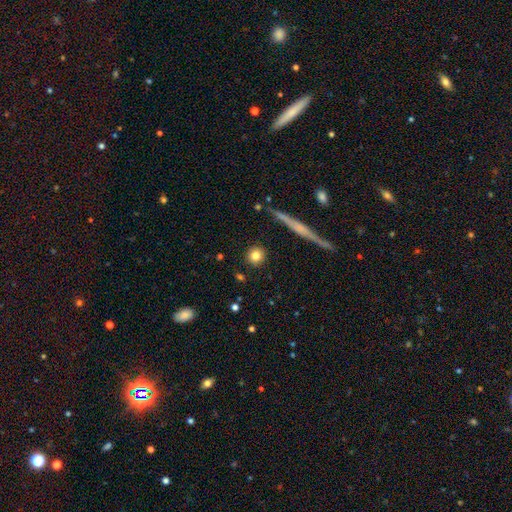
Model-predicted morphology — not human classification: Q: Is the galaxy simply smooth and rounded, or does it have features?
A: smooth — 81%.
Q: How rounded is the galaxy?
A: round — 92%.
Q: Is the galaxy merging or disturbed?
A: none — 90%.